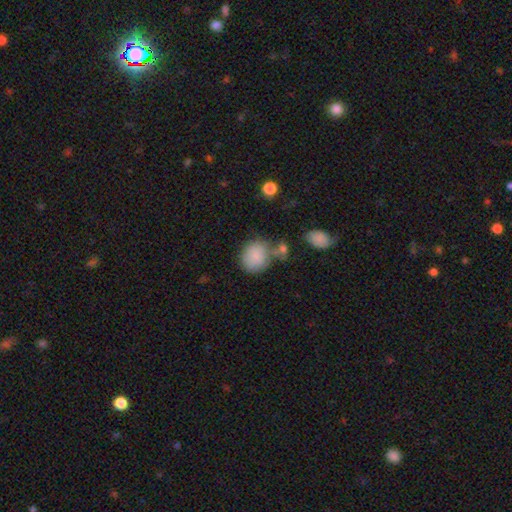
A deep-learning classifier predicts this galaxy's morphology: This is clearly a smooth galaxy (85%). How rounded: likely round (70%). Merging: possibly none (57%).